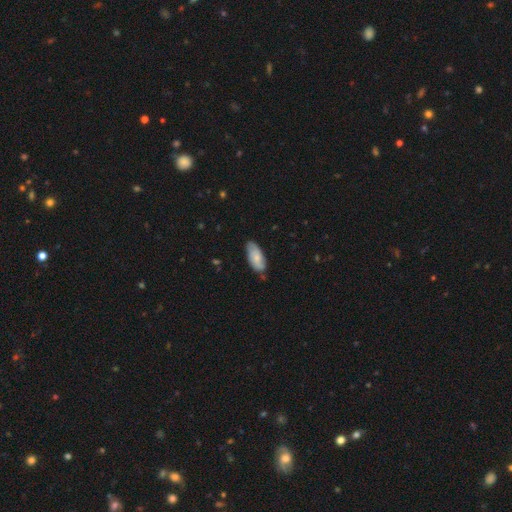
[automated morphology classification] Smooth or featured?
  - smooth: 59% *
  - featured or disk: 35%
  - star or artifact: 6%
How rounded?
  - in between: 88% *
  - cigar-shaped: 10%
  - round: 2%
Merging?
  - none: 71% *
  - minor disturbance: 24%
  - major disturbance: 4%
  - merger: 2%